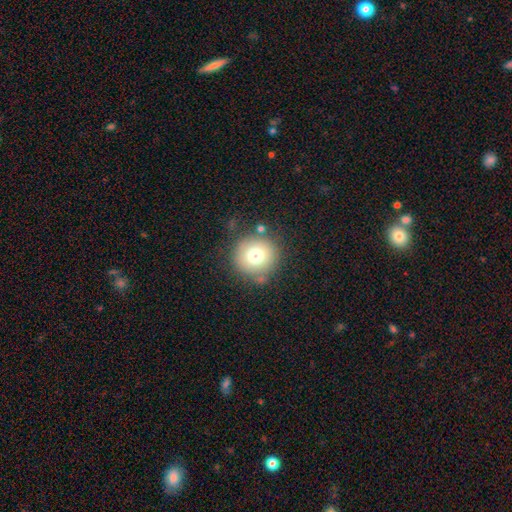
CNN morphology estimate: smooth_or_featured: smooth (p=0.74) [alt: featured or disk p=0.14]
how_rounded: round (p=0.95) [alt: in between p=0.04]
merging: none (p=0.80) [alt: minor disturbance p=0.11]